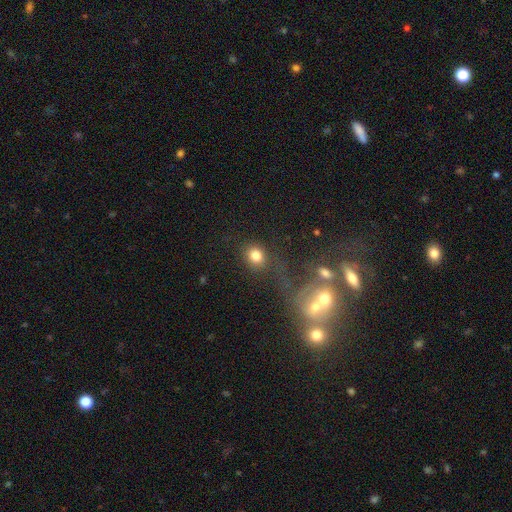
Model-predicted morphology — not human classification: type=smooth (80%); roundness=round (70%); merging=none (73%).